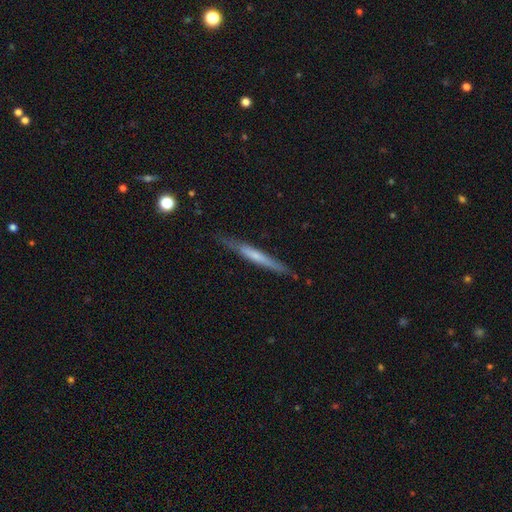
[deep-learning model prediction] The model was most divided on "smooth or featured" (2-way tie): featured or disk: 47%, smooth: 47%, star or artifact: 6%. More confident: merging — none (82%).